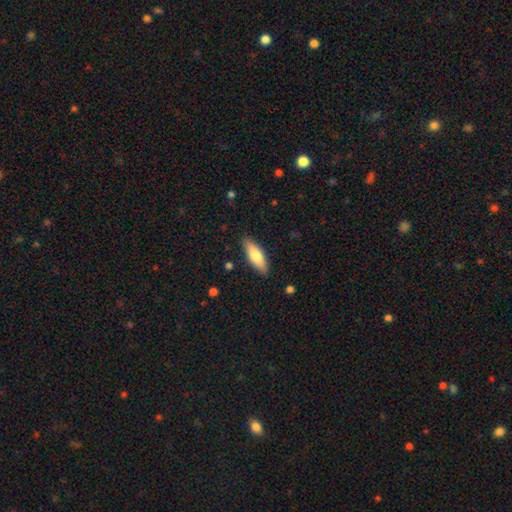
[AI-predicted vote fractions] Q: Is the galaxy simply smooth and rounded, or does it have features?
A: smooth — 73%.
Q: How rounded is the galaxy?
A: in between — 52%.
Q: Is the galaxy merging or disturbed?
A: none — 87%.